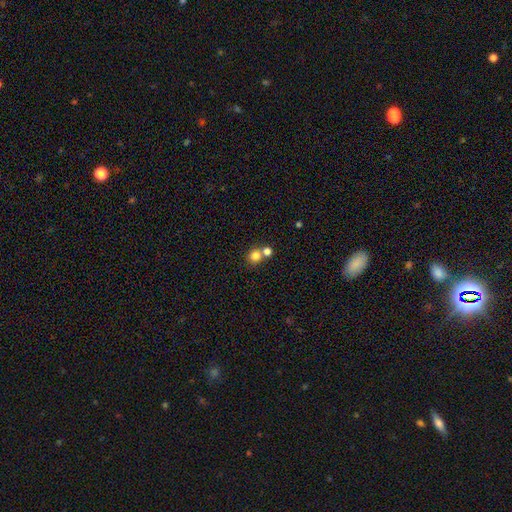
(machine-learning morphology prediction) Smooth or featured?
  - smooth: 81% *
  - star or artifact: 12%
  - featured or disk: 7%
How rounded?
  - round: 86% *
  - in between: 13%
  - cigar-shaped: 1%
Merging?
  - none: 51% *
  - merger: 40%
  - minor disturbance: 6%
  - major disturbance: 3%